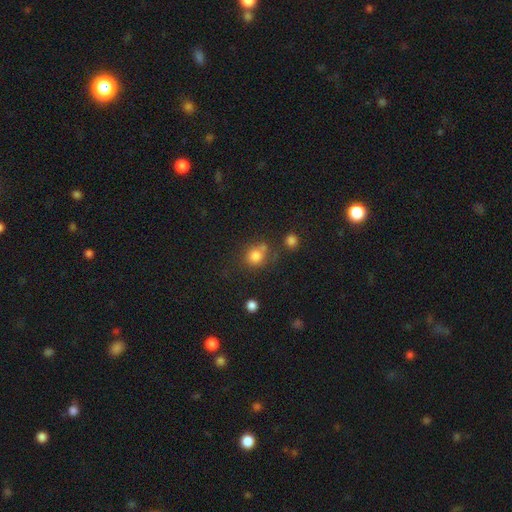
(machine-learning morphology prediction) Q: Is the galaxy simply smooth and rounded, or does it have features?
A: smooth — 80%.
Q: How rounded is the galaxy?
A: round — 80%.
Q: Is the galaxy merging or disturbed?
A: none — 59%.